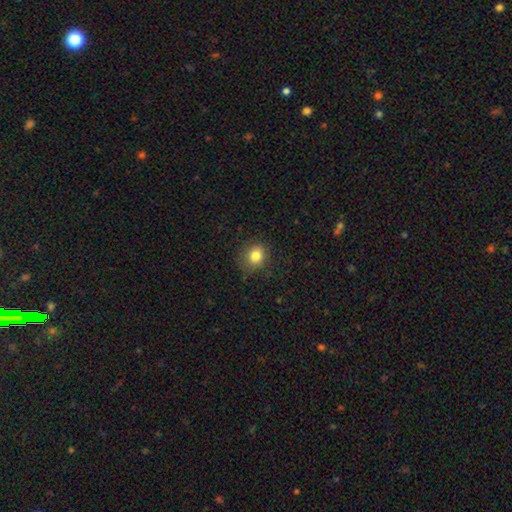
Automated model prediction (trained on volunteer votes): The model was most divided on "how rounded": round: 73%, in between: 26%, cigar-shaped: 1%. More confident: smooth or featured — smooth (82%); merging — none (81%).